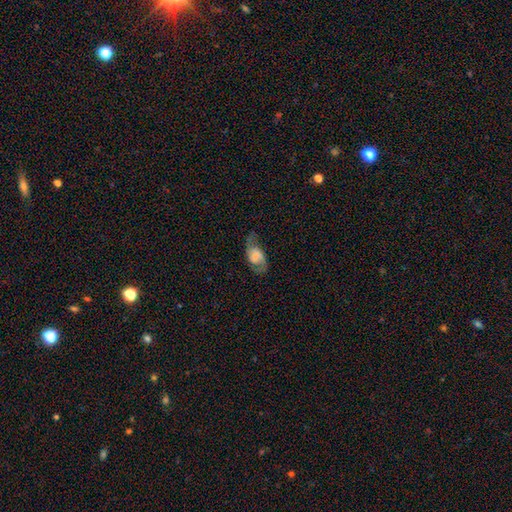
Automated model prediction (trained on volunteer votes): A featured or disk galaxy (60%) with no bar (50%), spiral arms (87%) and no central bulge (27%).

Vote fractions:
- Smooth or featured? featured or disk: 60% / smooth: 32% / star or artifact: 8%
- Edge-on disk? no: 95% / yes: 5%
- Bar? no: 50% / weak: 38% / strong: 11%
- Spiral arms? yes: 87% / no: 13%
- Bulge size? none: 27% / small: 26% / moderate: 23% / large: 20% / dominant: 4%
- Merging? none: 56% / minor disturbance: 24% / major disturbance: 18% / merger: 2%